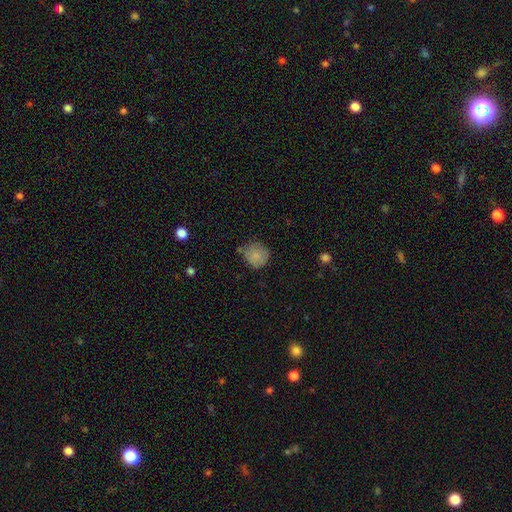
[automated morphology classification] Smooth or featured?
  - smooth: 82% *
  - featured or disk: 9%
  - star or artifact: 9%
How rounded?
  - round: 88% *
  - in between: 11%
  - cigar-shaped: 1%
Merging?
  - none: 63% *
  - minor disturbance: 26%
  - major disturbance: 6%
  - merger: 5%